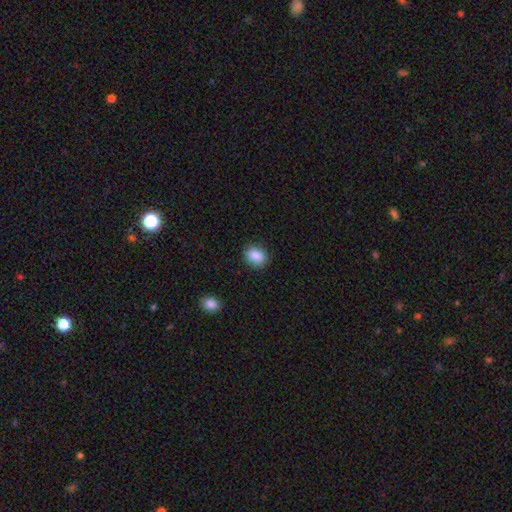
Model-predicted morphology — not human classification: smooth-or-featured: smooth: 88% | star or artifact: 8% | featured or disk: 4%
  how-rounded: in between: 61% | round: 38% | cigar-shaped: 1%
  merging: none: 85% | minor disturbance: 11% | major disturbance: 3% | merger: 1%